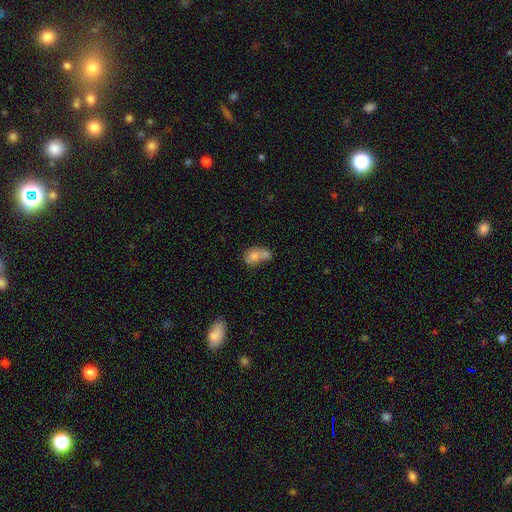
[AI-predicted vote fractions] smooth 70%, featured or disk 21%, star or artifact 10%. Down the decision tree: how rounded — in between (71%); merging — merger (59%).